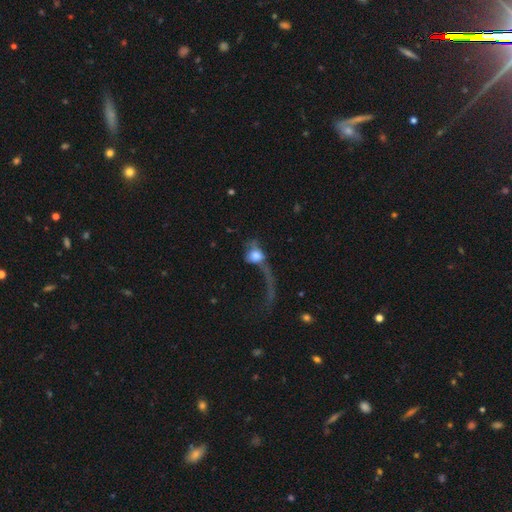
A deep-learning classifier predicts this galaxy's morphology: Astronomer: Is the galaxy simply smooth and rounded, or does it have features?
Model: smooth — 57% (runner-up: featured or disk, 33%).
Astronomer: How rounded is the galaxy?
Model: in between — 48% (runner-up: round, 47%).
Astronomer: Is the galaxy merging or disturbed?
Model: major disturbance — 67%.